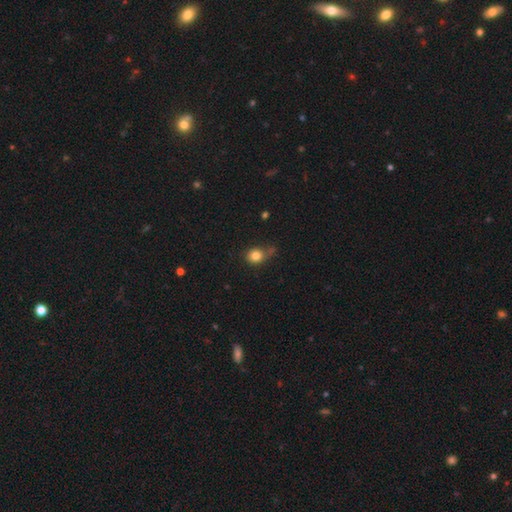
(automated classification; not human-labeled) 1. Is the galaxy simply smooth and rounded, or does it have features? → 82% smooth, 11% star or artifact, 7% featured or disk.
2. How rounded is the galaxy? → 72% round, 27% in between, 1% cigar-shaped.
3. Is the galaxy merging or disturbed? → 55% none, 27% minor disturbance, 10% major disturbance, 7% merger.